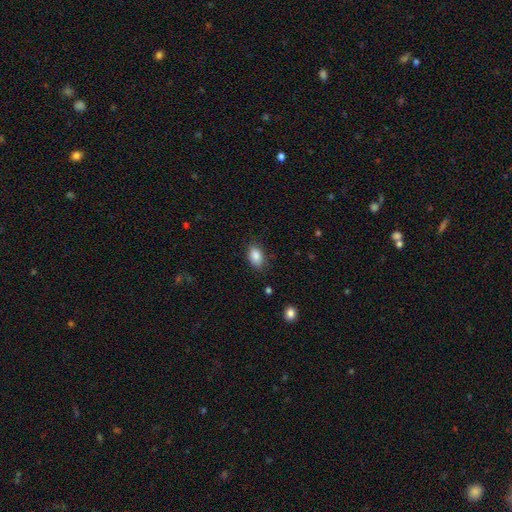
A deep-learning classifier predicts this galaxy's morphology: This appears to be a smooth galaxy with no disk features (87%) that is in between round and cigar-shaped (89%). Merging: none (83%).